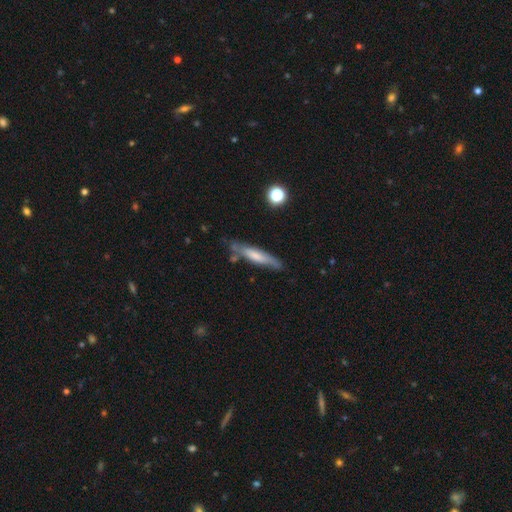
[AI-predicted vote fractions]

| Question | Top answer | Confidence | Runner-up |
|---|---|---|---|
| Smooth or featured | smooth | 55% | featured or disk (39%) |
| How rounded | cigar-shaped | 85% | in between (14%) |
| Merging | none | 69% | minor disturbance (21%) |